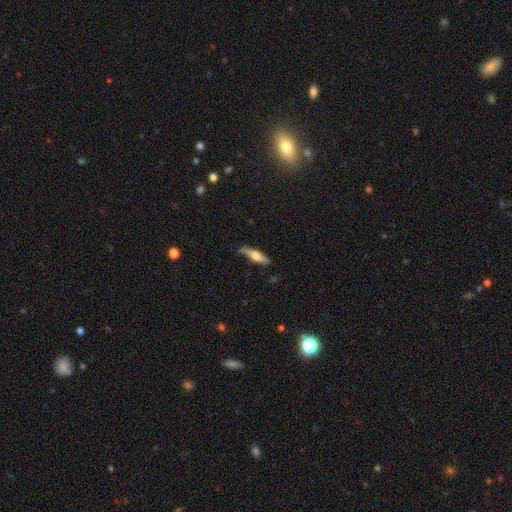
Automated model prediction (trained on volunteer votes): Overall: featured or disk (49%; smooth 45%). Merging: none (73%).